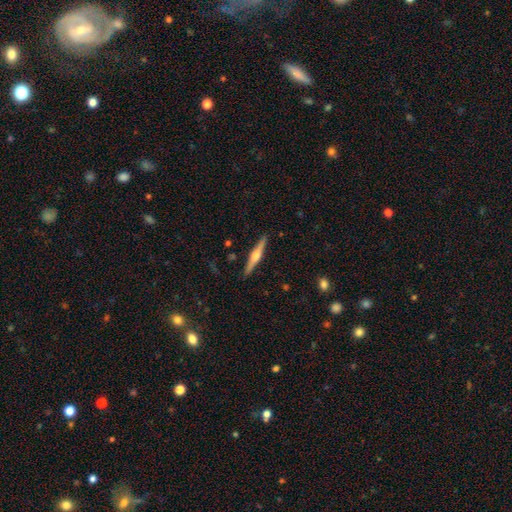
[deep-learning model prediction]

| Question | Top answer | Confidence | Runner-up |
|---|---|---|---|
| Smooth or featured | featured or disk | 72% | smooth (23%) |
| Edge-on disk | yes | 98% | no (2%) |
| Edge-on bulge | rounded | 89% | boxy (8%) |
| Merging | none | 91% | minor disturbance (6%) |